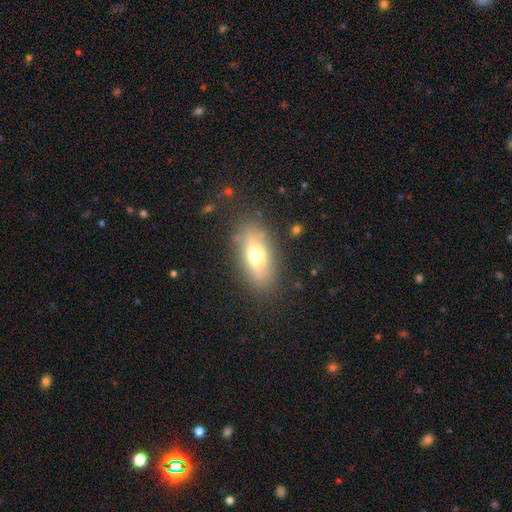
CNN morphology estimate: smooth-or-featured: featured or disk: 47% | smooth: 44% | star or artifact: 9%
  merging: none: 81% | minor disturbance: 12% | major disturbance: 5% | merger: 2%